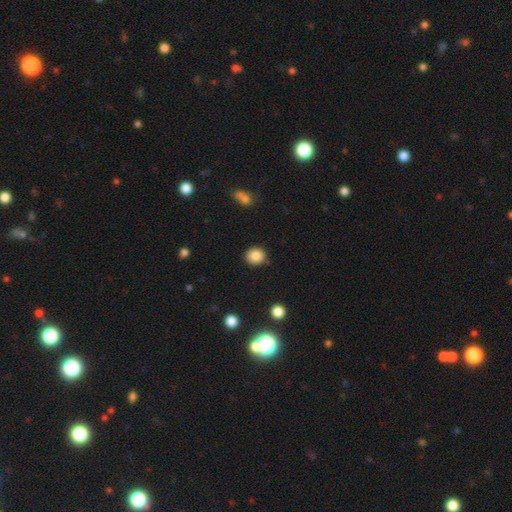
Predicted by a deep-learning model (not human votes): Smooth or featured? smooth (85%)
How rounded? round (80%)
Merging? none (86%)